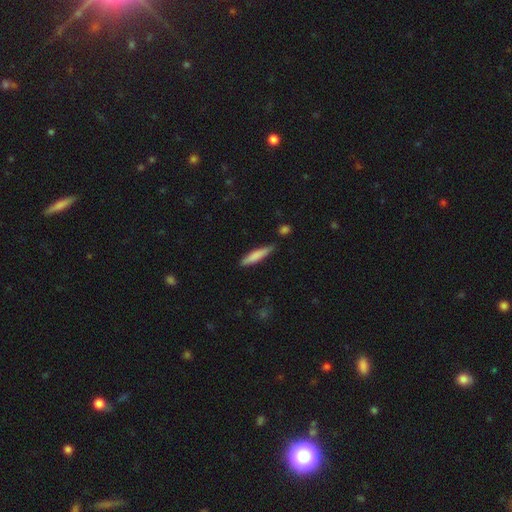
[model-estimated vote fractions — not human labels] Morphology: type=smooth (78%); roundness=cigar-shaped (86%); merging=none (78%).